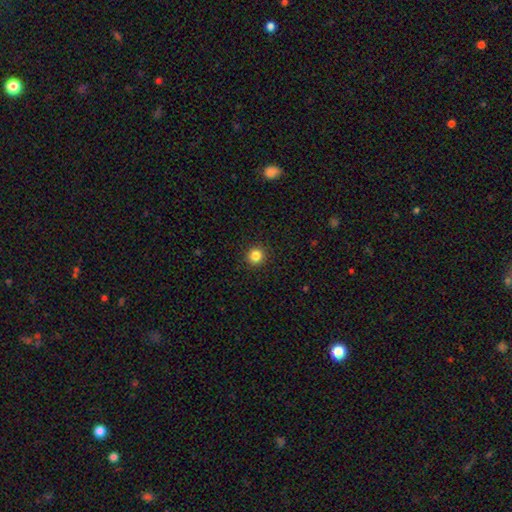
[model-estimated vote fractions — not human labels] smooth_or_featured: smooth (p=0.84) [alt: star or artifact p=0.12]
how_rounded: round (p=0.94) [alt: in between p=0.05]
merging: none (p=0.93) [alt: minor disturbance p=0.05]